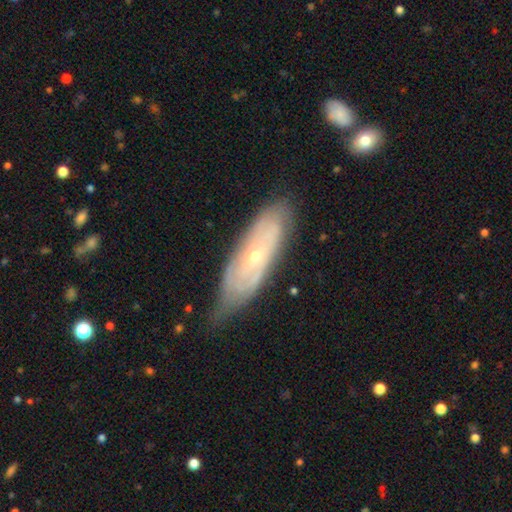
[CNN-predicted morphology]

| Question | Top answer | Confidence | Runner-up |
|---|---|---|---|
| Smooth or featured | featured or disk | 68% | smooth (25%) |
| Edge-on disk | no | 82% | yes (18%) |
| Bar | no | 76% | weak (19%) |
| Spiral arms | yes | 75% | no (25%) |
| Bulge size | small | 72% | moderate (25%) |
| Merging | none | 64% | minor disturbance (27%) |